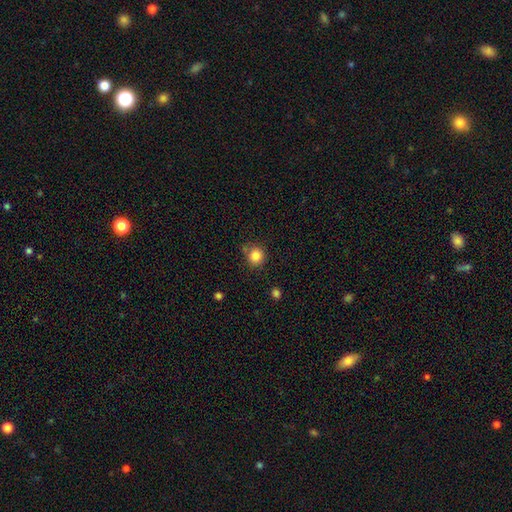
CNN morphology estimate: Smooth or featured: smooth — 84% (star or artifact — 11%)
How rounded: round — 89% (in between — 10%)
Merging: none — 75% (minor disturbance — 16%)